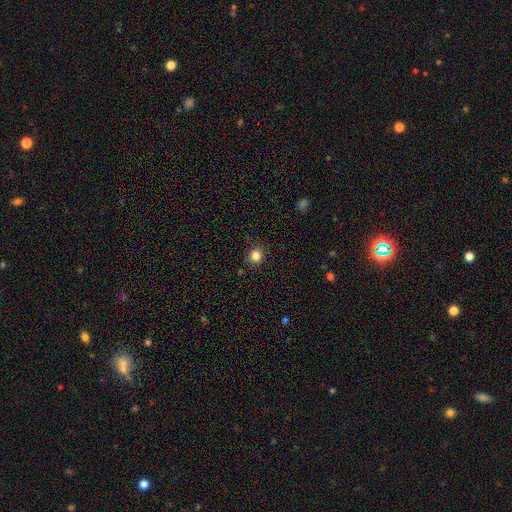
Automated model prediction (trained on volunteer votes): Overall: smooth (82%). How rounded: round (89%). Merging: none (88%).